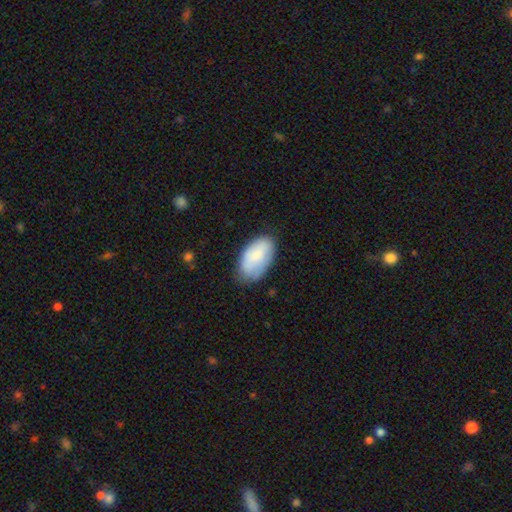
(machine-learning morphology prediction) Smooth or featured: smooth — 76% (featured or disk — 18%)
How rounded: in between — 95% (round — 3%)
Merging: none — 65% (minor disturbance — 27%)